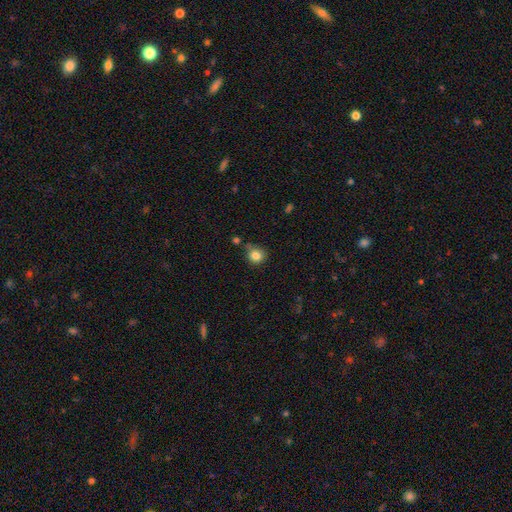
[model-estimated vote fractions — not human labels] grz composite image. It shows a smooth galaxy with no disk features (84%) that is round (88%). Merging: none (72%).